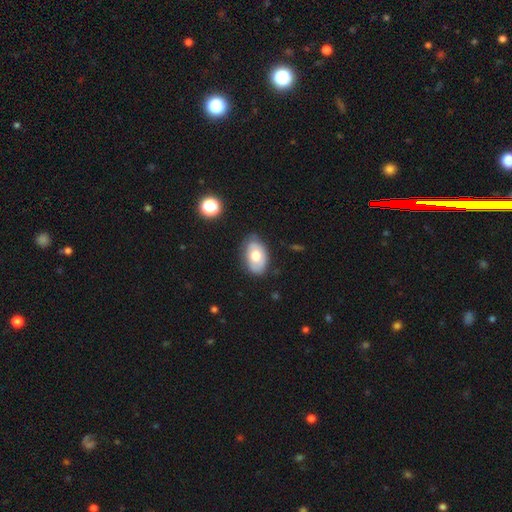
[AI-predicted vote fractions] Smooth or featured: smooth — 63% (featured or disk — 30%)
How rounded: in between — 89% (round — 10%)
Merging: none — 74% (minor disturbance — 20%)